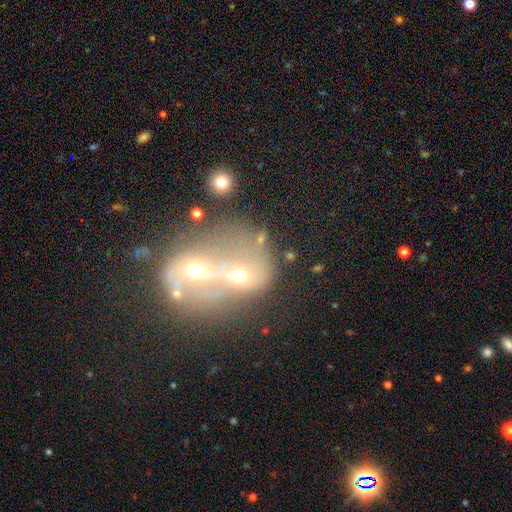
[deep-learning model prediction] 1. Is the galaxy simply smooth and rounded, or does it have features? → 50% featured or disk, 34% smooth, 17% star or artifact.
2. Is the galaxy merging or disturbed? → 79% merger, 10% none, 7% major disturbance, 4% minor disturbance.